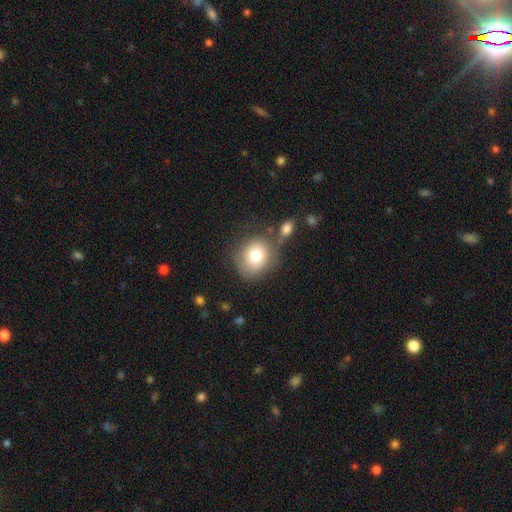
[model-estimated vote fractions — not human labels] Smooth or featured? smooth (78%)
How rounded? round (72%)
Merging? none (64%)